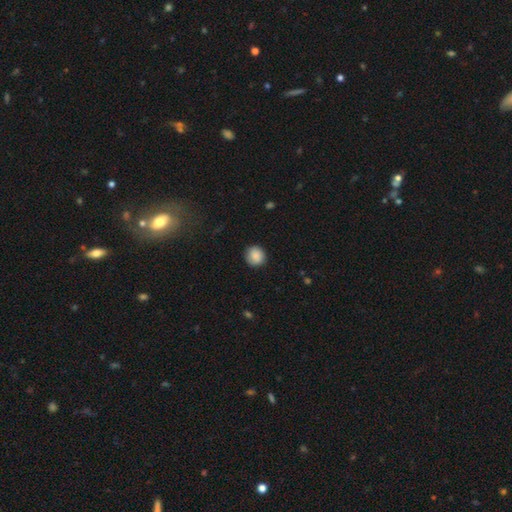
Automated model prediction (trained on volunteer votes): Smooth or featured: smooth — 88% (star or artifact — 8%)
How rounded: round — 90% (in between — 9%)
Merging: none — 88% (minor disturbance — 9%)